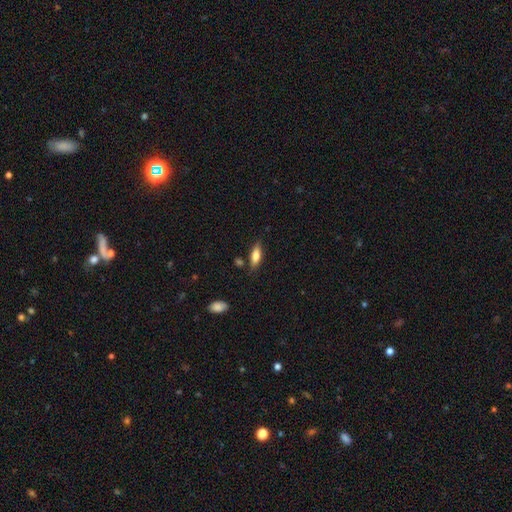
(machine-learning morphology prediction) smooth 70%, featured or disk 23%, star or artifact 7%. Down the decision tree: how rounded — in between (57%); merging — none (78%).